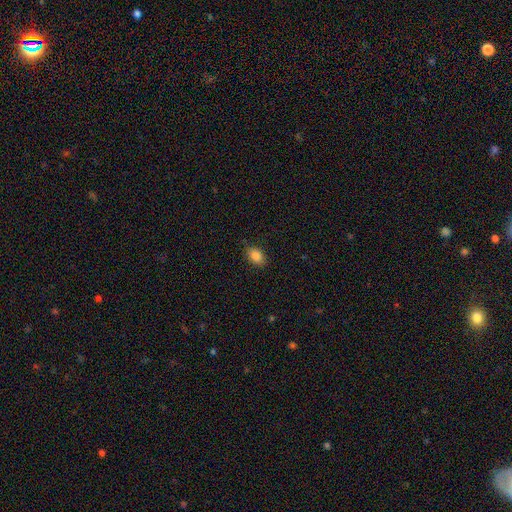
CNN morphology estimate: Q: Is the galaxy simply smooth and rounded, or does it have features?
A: smooth — 86%.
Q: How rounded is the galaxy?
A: in between — 81%.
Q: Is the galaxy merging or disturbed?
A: none — 84%.